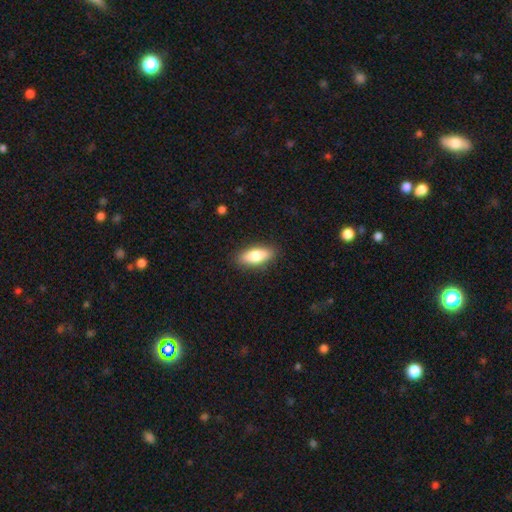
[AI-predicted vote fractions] Smooth or featured: smooth — 78% (featured or disk — 16%)
How rounded: in between — 74% (cigar-shaped — 24%)
Merging: none — 88% (minor disturbance — 9%)